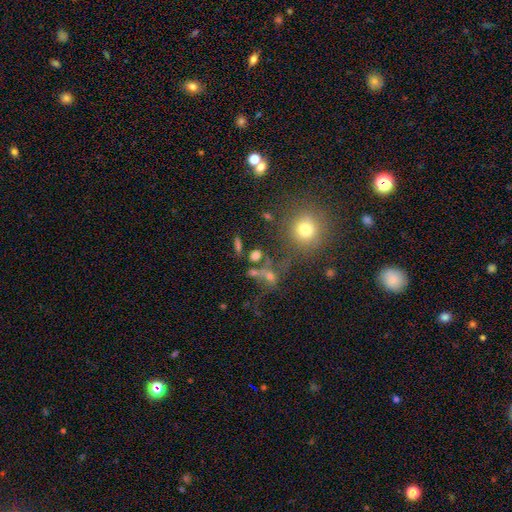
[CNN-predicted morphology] smooth_or_featured: smooth (p=0.62) [alt: star or artifact p=0.21]
how_rounded: in between (p=0.50) [alt: round p=0.40]
merging: none (p=0.54) [alt: merger p=0.23]